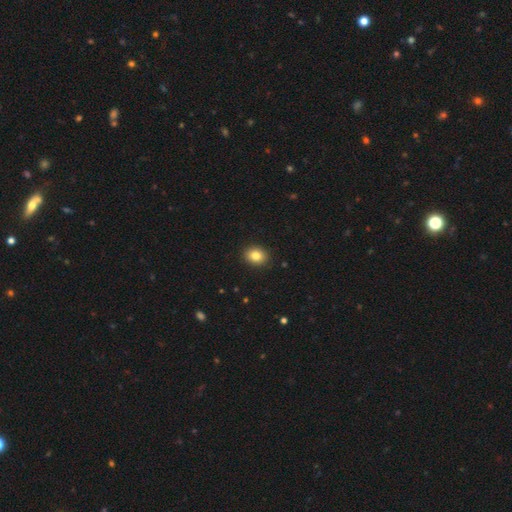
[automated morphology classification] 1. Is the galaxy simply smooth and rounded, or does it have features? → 83% smooth, 10% star or artifact, 7% featured or disk.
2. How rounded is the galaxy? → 51% in between, 49% round, 1% cigar-shaped.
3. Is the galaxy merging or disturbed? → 91% none, 6% minor disturbance, 2% major disturbance, 1% merger.